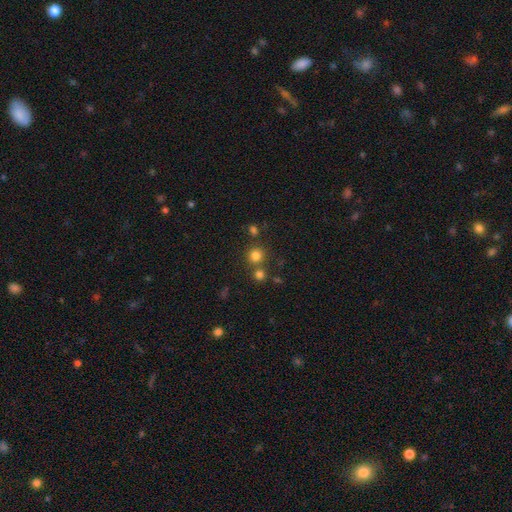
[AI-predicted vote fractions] smooth-or-featured: smooth: 78% | star or artifact: 16% | featured or disk: 5%
  how-rounded: round: 91% | in between: 8% | cigar-shaped: 1%
  merging: none: 72% | merger: 18% | minor disturbance: 7% | major disturbance: 3%